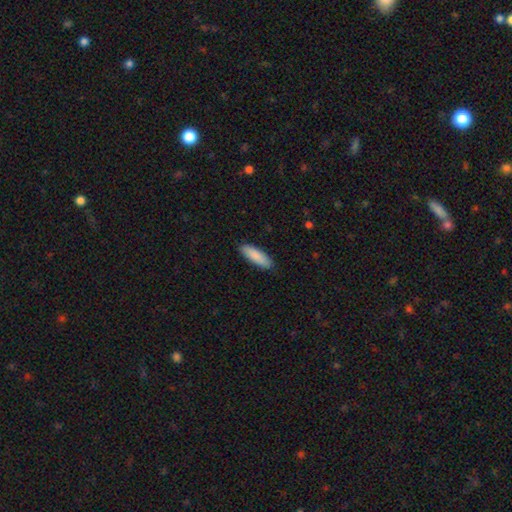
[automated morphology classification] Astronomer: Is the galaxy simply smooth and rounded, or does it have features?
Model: smooth — 88%.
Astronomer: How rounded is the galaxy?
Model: in between — 55% (runner-up: cigar-shaped, 43%).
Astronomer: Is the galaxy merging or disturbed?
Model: none — 88%.